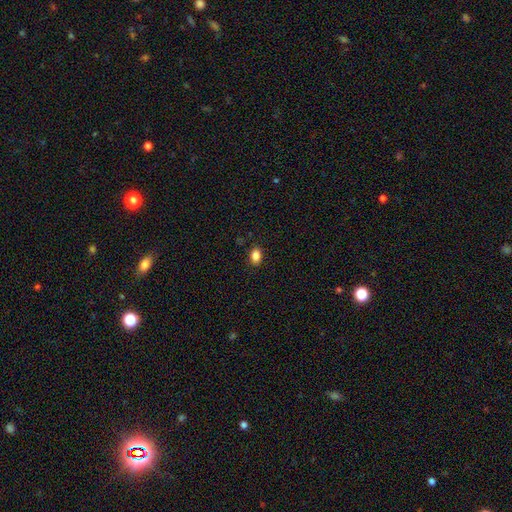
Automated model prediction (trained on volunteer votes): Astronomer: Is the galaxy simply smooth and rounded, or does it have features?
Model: smooth — 86%.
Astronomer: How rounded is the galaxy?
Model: in between — 84%.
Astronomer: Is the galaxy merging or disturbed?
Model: none — 89%.